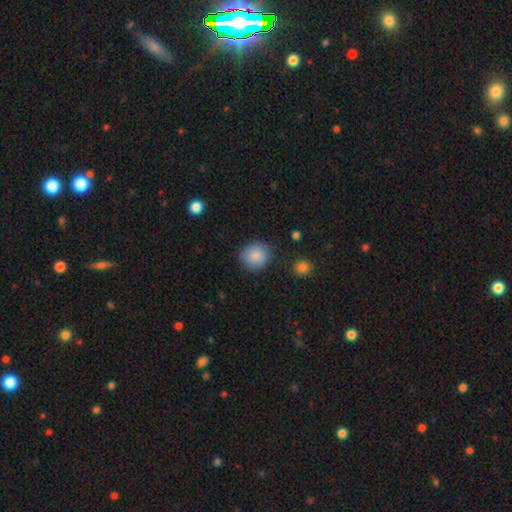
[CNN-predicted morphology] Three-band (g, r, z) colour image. It shows a smooth galaxy with no disk features (88%) that is round (81%). Merging: none (86%).